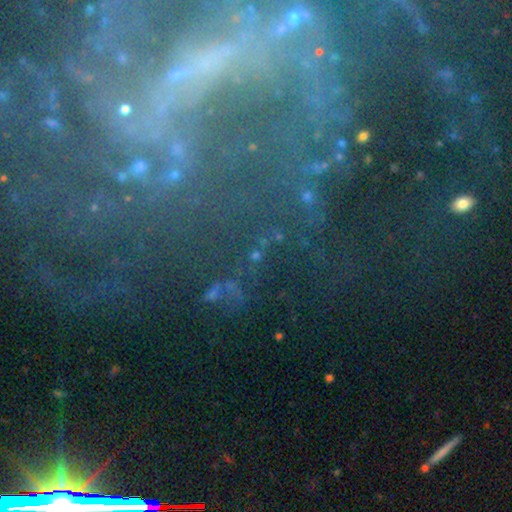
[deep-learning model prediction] smooth_or_featured: star or artifact (p=0.62) [alt: smooth p=0.21]